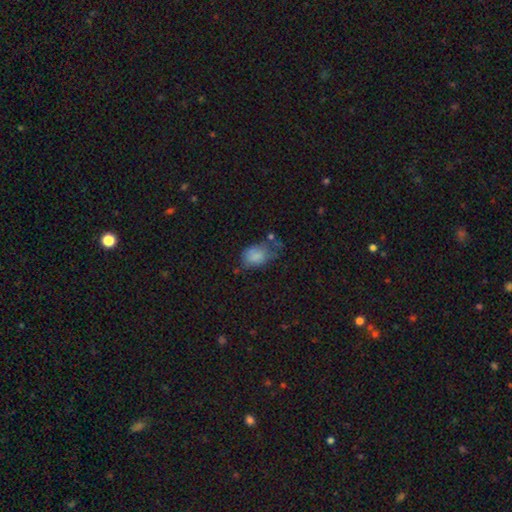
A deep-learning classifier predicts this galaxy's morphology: type=smooth (78%); roundness=in between (84%); merging=none (36%).